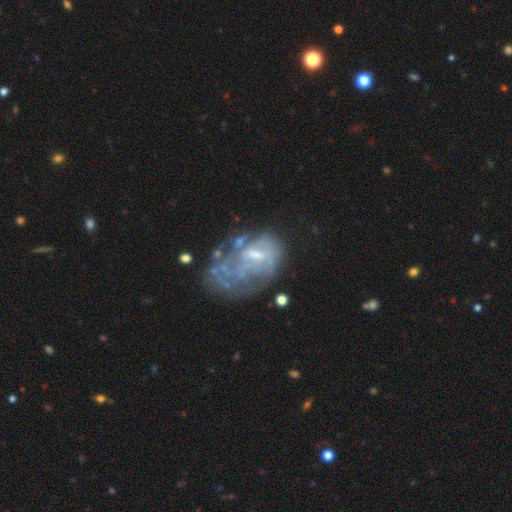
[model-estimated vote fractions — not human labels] smooth_or_featured: featured or disk (p=0.68) [alt: smooth p=0.21]
disk_edge_on: no (p=0.97) [alt: yes p=0.03]
bar: no (p=0.52) [alt: weak p=0.38]
has_spiral_arms: no (p=0.67) [alt: yes p=0.33]
bulge_size: small (p=0.42) [alt: moderate p=0.31]
merging: major disturbance (p=0.37) [alt: none p=0.30]